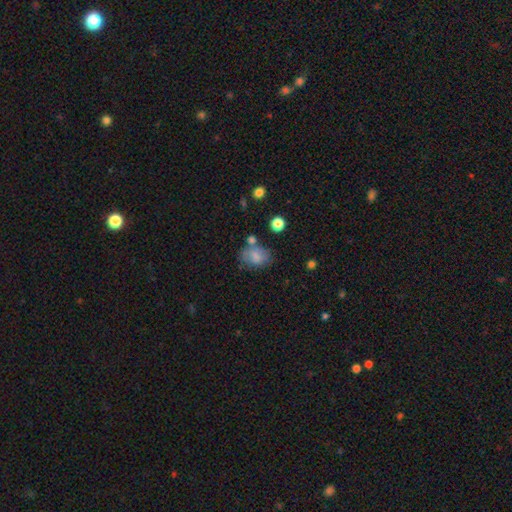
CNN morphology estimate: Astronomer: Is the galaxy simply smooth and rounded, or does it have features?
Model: smooth — 74%.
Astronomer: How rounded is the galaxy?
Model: in between — 66%.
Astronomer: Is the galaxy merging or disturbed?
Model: none — 55%.